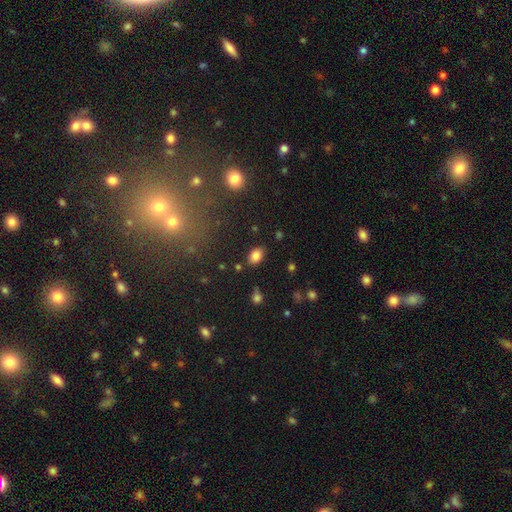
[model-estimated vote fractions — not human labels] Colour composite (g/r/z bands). It shows a smooth galaxy with no disk features (83%) that is in between round and cigar-shaped (86%). Merging: none (85%).